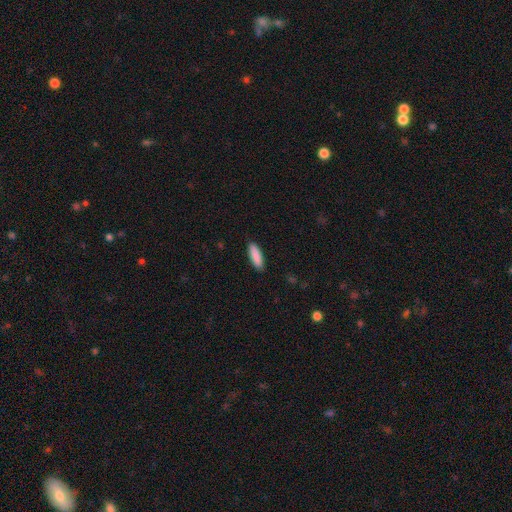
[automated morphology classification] A smooth galaxy with no disk features (90%) that is cigar-shaped (52%). Merging: none (90%).